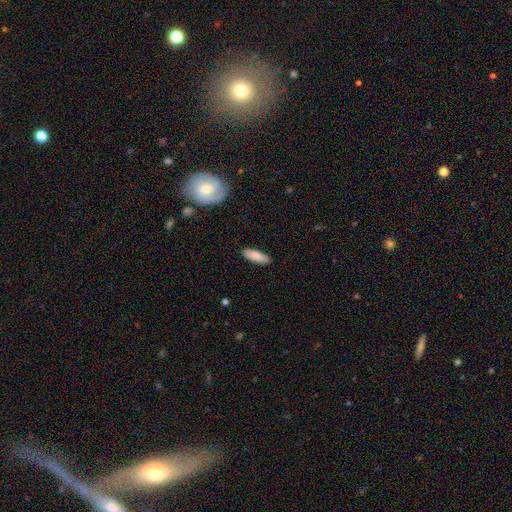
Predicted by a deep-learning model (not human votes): This appears to be a smooth galaxy with no disk features (84%) that is in between round and cigar-shaped (62%). Merging: none (88%).